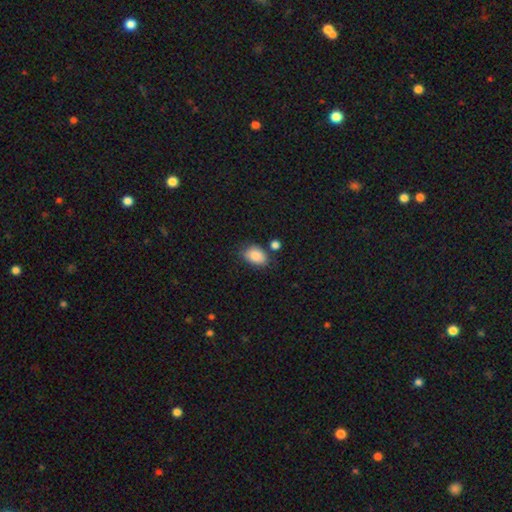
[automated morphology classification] smooth 87%, star or artifact 8%, featured or disk 5%. Down the decision tree: how rounded — in between (85%); merging — none (66%).